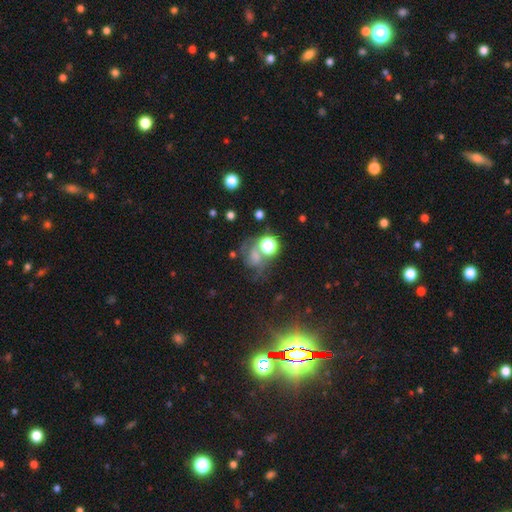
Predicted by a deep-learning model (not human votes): A smooth galaxy with no disk features (42%).

Vote fractions:
- Smooth or featured? smooth: 42% / featured or disk: 32% / star or artifact: 25%
- Merging? none: 44% / major disturbance: 23% / minor disturbance: 19% / merger: 14%